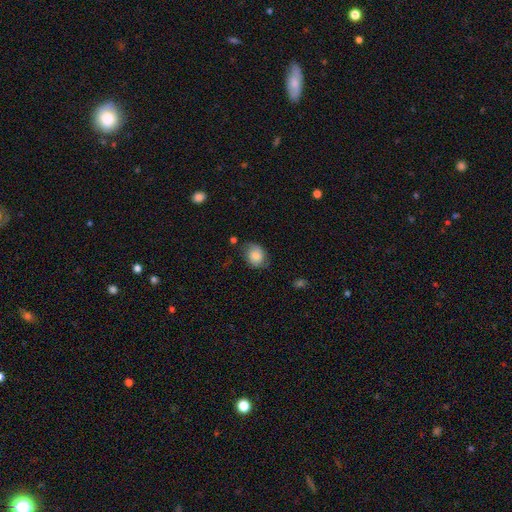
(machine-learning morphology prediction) Overall: smooth (70%). How rounded: round (52%; in between 47%). Merging: none (63%; minor disturbance 26%).